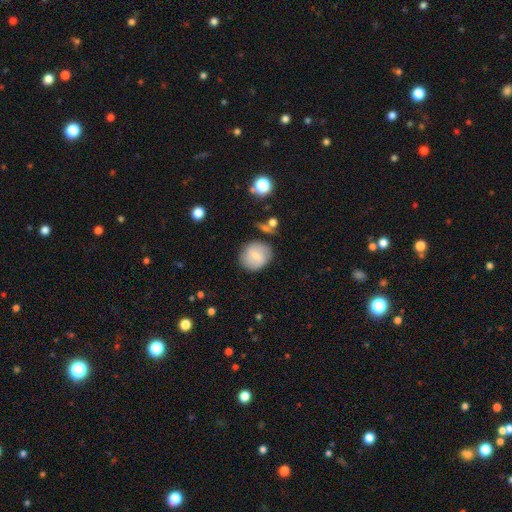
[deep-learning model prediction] smooth 63%, featured or disk 29%, star or artifact 8%. Down the decision tree: how rounded — round (79%); merging — none (75%).